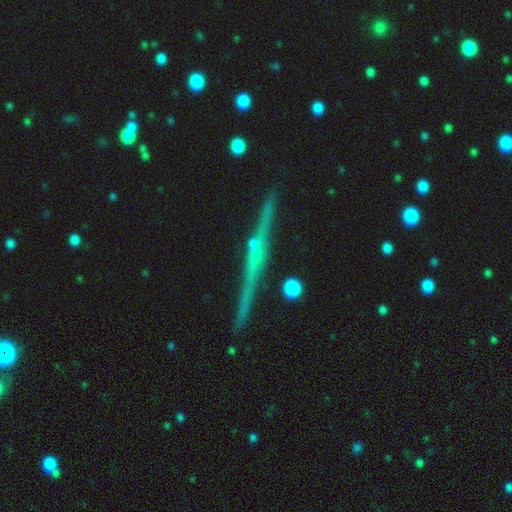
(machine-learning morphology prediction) This is likely a featured or disk galaxy (78%). It is clearly viewed edge-on (98%). Edge-on bulge: possibly rounded (59%). Merging: clearly none (90%).